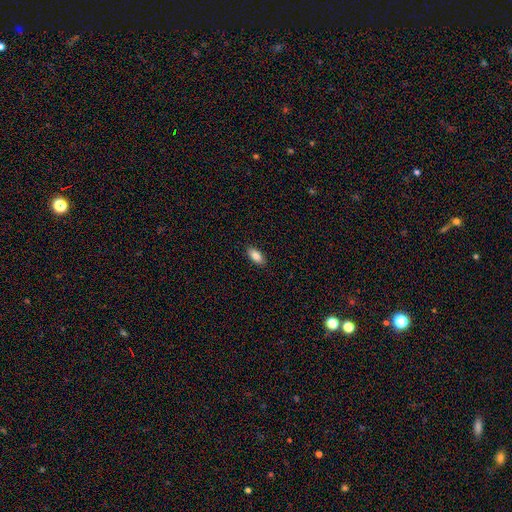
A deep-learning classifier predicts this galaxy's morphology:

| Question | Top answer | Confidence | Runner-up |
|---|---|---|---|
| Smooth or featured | smooth | 87% | star or artifact (7%) |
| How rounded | in between | 88% | cigar-shaped (10%) |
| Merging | none | 88% | minor disturbance (9%) |